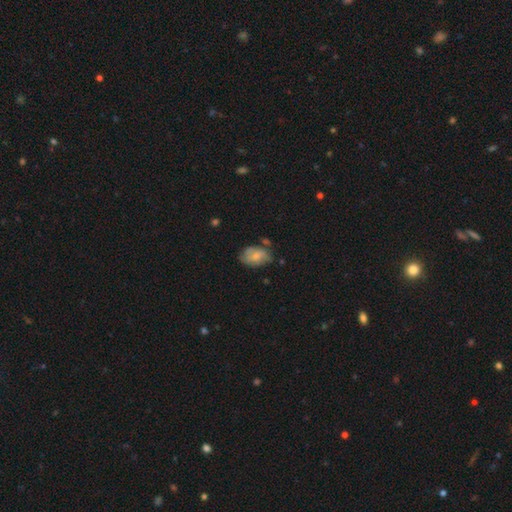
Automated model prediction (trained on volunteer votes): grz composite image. It shows a smooth galaxy with no disk features (61%) that is in between round and cigar-shaped (85%). Merging: none (52%).